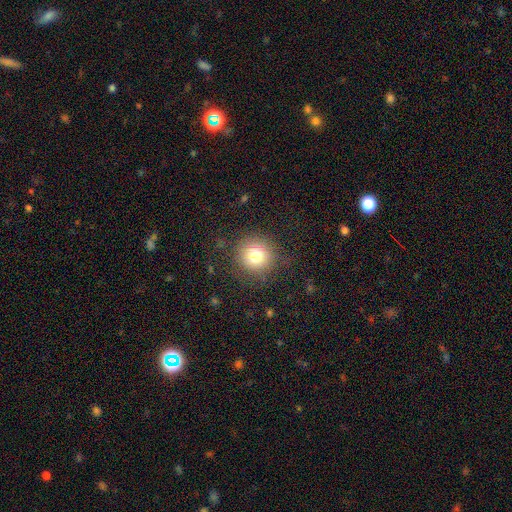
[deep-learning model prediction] Morphology: type=smooth (77%); roundness=round (94%); merging=none (84%).